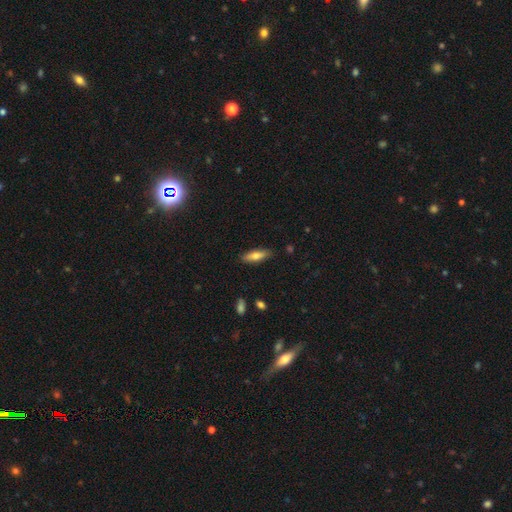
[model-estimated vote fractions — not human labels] Smooth or featured?
  - smooth: 70% *
  - featured or disk: 24%
  - star or artifact: 6%
How rounded?
  - cigar-shaped: 58% *
  - in between: 40%
  - round: 2%
Merging?
  - none: 86% *
  - minor disturbance: 10%
  - major disturbance: 2%
  - merger: 1%